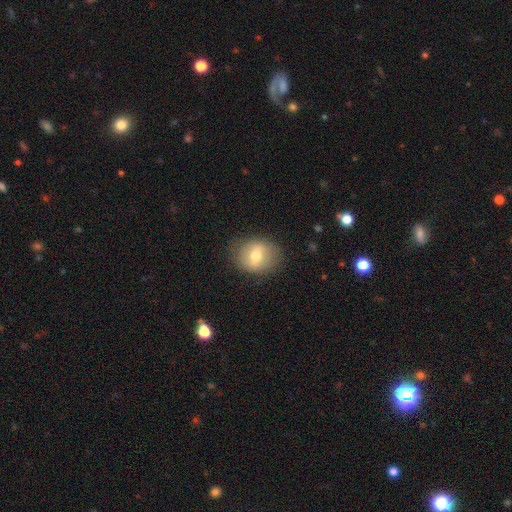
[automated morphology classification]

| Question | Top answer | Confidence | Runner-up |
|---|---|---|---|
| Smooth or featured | smooth | 63% | featured or disk (29%) |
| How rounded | round | 56% | in between (43%) |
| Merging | none | 81% | minor disturbance (13%) |